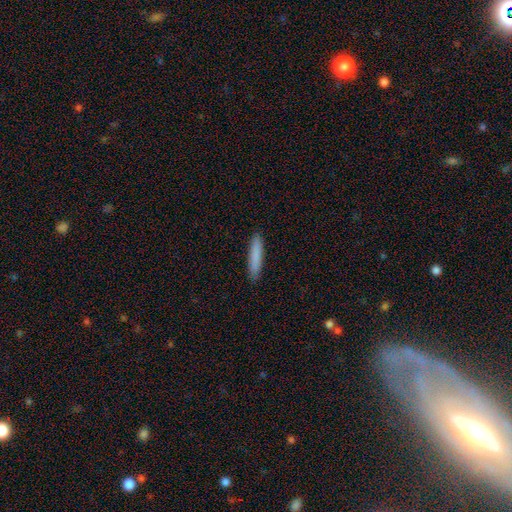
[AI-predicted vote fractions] Q: Smooth or featured?
A: smooth (84%); runner-up: featured or disk (10%)
Q: How rounded?
A: cigar-shaped (91%); runner-up: in between (8%)
Q: Merging?
A: none (91%); runner-up: minor disturbance (7%)